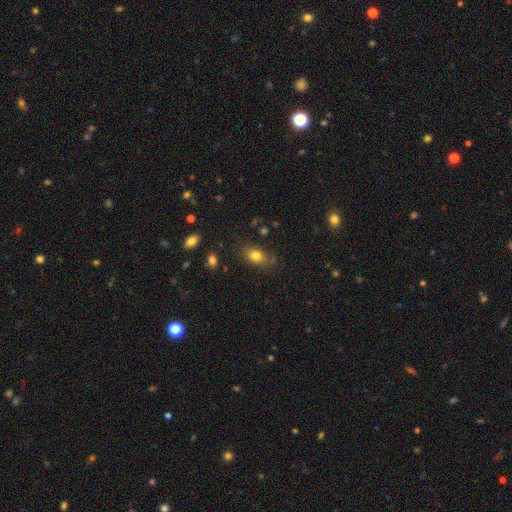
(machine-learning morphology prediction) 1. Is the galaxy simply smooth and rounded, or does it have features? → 79% smooth, 11% star or artifact, 10% featured or disk.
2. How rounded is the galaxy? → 79% in between, 18% round, 3% cigar-shaped.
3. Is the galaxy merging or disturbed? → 73% none, 18% minor disturbance, 5% major disturbance, 4% merger.